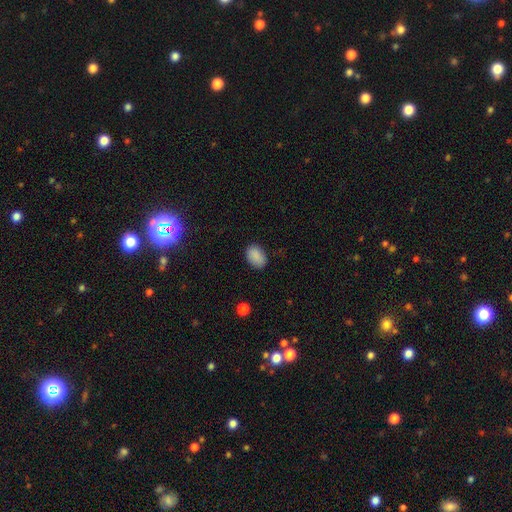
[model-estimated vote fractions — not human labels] Smooth or featured?
  - smooth: 88% *
  - star or artifact: 8%
  - featured or disk: 4%
How rounded?
  - in between: 83% *
  - round: 16%
  - cigar-shaped: 1%
Merging?
  - none: 83% *
  - minor disturbance: 13%
  - major disturbance: 3%
  - merger: 1%